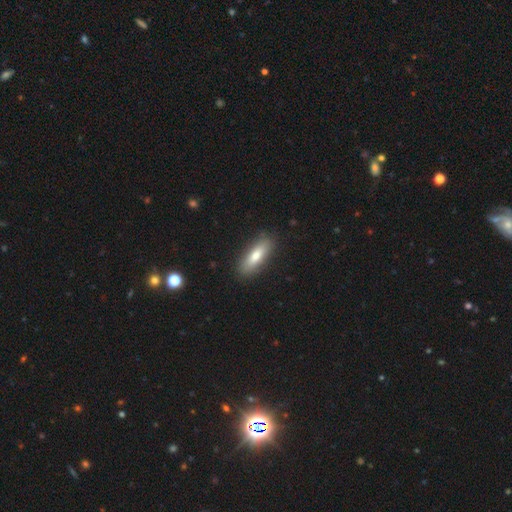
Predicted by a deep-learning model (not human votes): The model was most divided on "how rounded": in between: 57%, cigar-shaped: 41%, round: 2%. More confident: merging — none (86%); smooth or featured — smooth (75%).